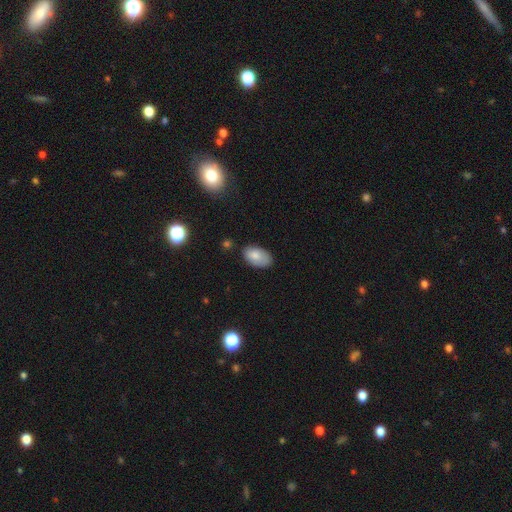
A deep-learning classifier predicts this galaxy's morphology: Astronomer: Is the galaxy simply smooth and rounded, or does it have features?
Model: smooth — 82%.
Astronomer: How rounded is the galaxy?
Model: in between — 93%.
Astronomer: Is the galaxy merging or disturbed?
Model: none — 71%.